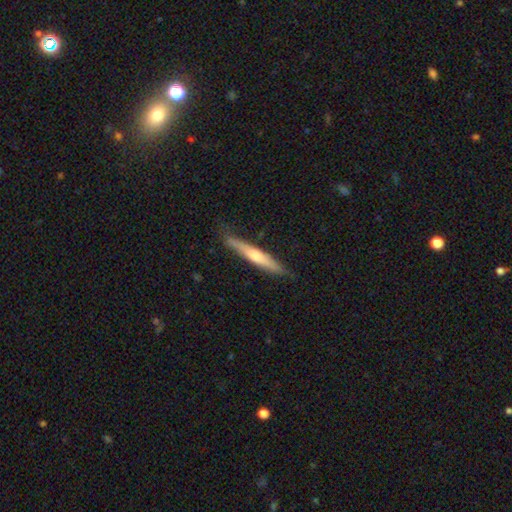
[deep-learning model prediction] smooth_or_featured: smooth (p=0.50) [alt: featured or disk p=0.45]
merging: none (p=0.83) [alt: minor disturbance p=0.14]